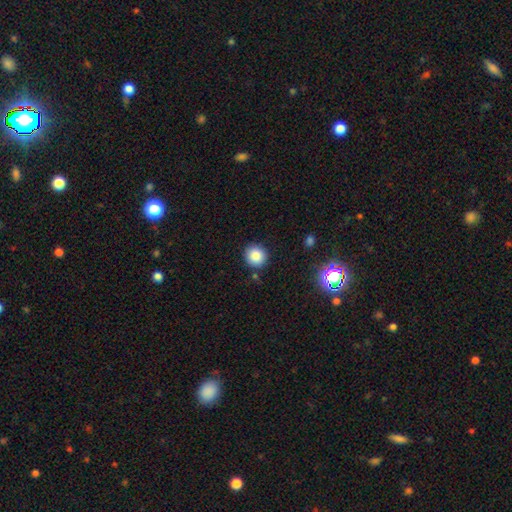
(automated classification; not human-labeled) smooth 84%, star or artifact 11%, featured or disk 5%. Down the decision tree: how rounded — round (92%); merging — none (88%).